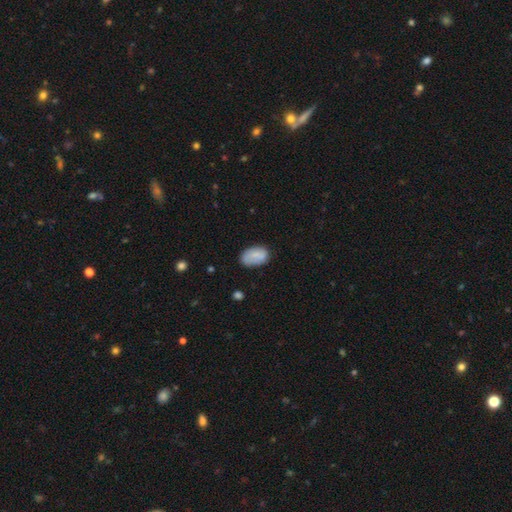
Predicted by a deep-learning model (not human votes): A smooth galaxy with no disk features (83%) that is in between round and cigar-shaped (92%).

Vote fractions:
- Smooth or featured? smooth: 83% / featured or disk: 10% / star or artifact: 7%
- How rounded? in between: 92% / round: 7% / cigar-shaped: 1%
- Merging? none: 69% / minor disturbance: 24% / major disturbance: 5% / merger: 2%